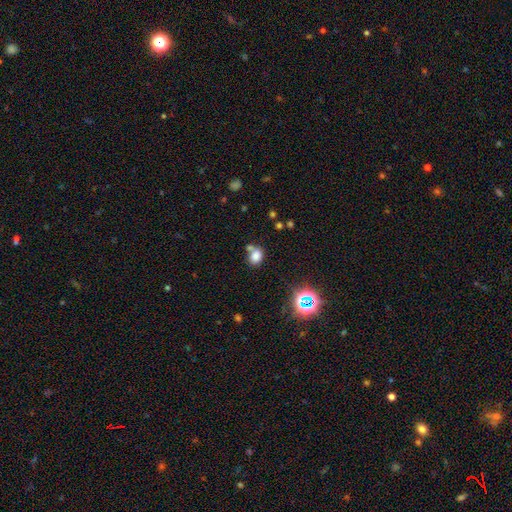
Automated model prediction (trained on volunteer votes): Smooth or featured?
  - smooth: 77% *
  - star or artifact: 16%
  - featured or disk: 8%
How rounded?
  - in between: 57% *
  - round: 42%
  - cigar-shaped: 1%
Merging?
  - none: 51% *
  - merger: 29%
  - minor disturbance: 14%
  - major disturbance: 6%